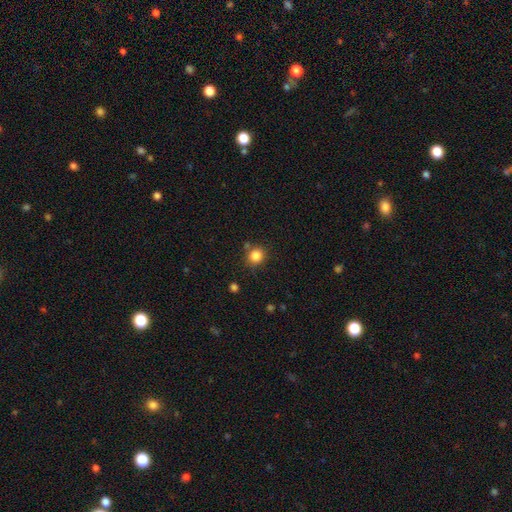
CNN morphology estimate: Q: Smooth or featured?
A: smooth (84%); runner-up: star or artifact (11%)
Q: How rounded?
A: round (86%); runner-up: in between (13%)
Q: Merging?
A: none (78%); runner-up: minor disturbance (11%)